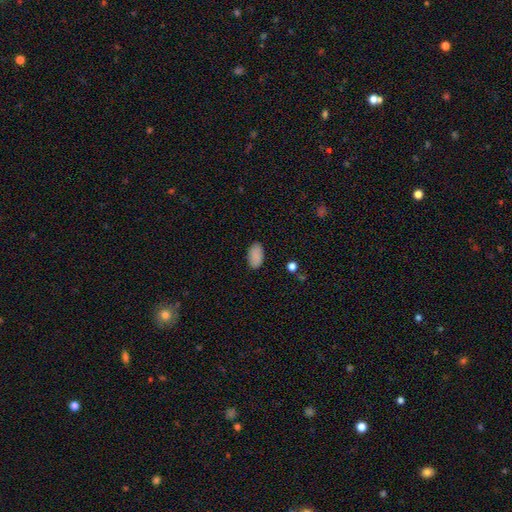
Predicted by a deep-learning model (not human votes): smooth 88%, star or artifact 8%, featured or disk 5%. Down the decision tree: how rounded — in between (94%); merging — none (86%).